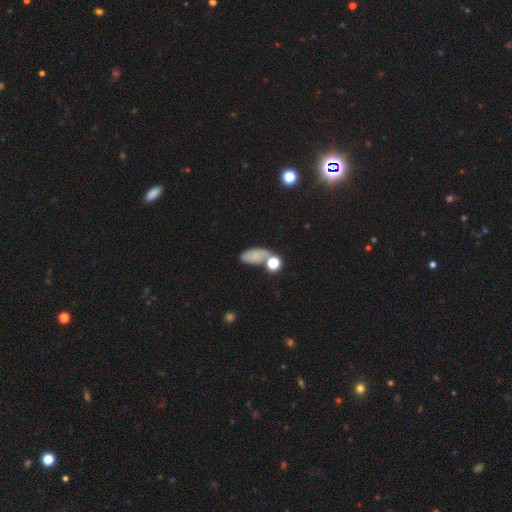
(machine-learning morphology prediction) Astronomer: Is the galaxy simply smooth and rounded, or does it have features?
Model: smooth — 66%.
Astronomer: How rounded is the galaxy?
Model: in between — 82%.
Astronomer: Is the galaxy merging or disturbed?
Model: none — 44% (runner-up: merger, 25%).